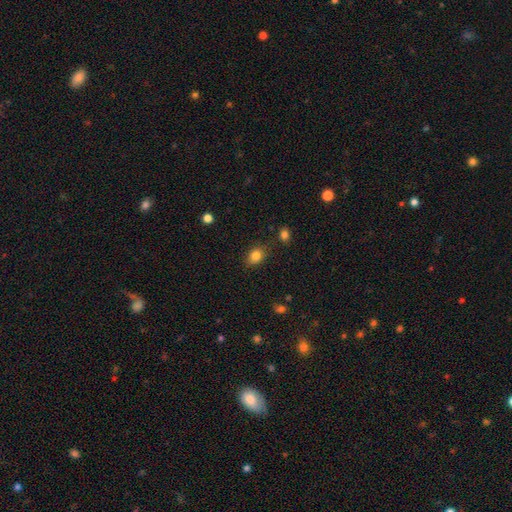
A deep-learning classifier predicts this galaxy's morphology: A smooth galaxy with no disk features (84%) that is in between round and cigar-shaped (57%).

Vote fractions:
- Smooth or featured? smooth: 84% / star or artifact: 10% / featured or disk: 6%
- How rounded? in between: 57% / round: 42% / cigar-shaped: 1%
- Merging? none: 81% / minor disturbance: 13% / major disturbance: 3% / merger: 2%